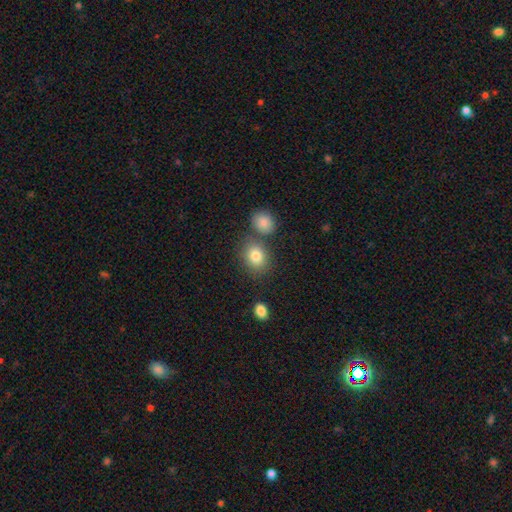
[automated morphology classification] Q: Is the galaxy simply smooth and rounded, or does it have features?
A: smooth — 83%.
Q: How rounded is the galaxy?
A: in between — 50%.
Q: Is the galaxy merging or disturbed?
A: none — 66%.